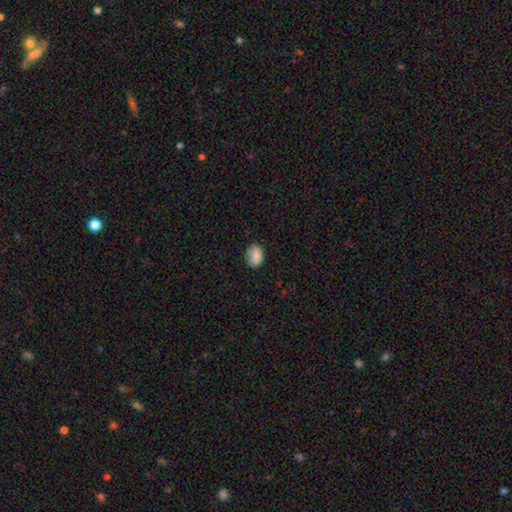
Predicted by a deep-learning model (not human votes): This appears to be a smooth galaxy with no disk features (87%) that is in between round and cigar-shaped (74%). Merging: none (76%).